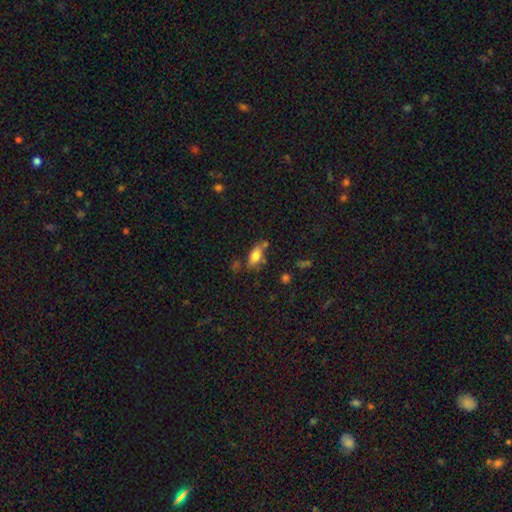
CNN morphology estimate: Smooth or featured?
  - smooth: 75% *
  - featured or disk: 17%
  - star or artifact: 9%
How rounded?
  - in between: 83% *
  - cigar-shaped: 13%
  - round: 5%
Merging?
  - none: 54% *
  - minor disturbance: 22%
  - merger: 15%
  - major disturbance: 8%